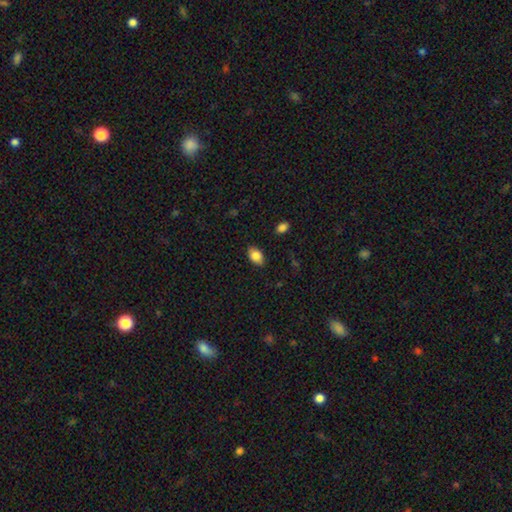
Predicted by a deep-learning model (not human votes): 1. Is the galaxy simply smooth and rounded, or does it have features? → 85% smooth, 8% star or artifact, 8% featured or disk.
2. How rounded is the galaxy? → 89% in between, 10% round, 2% cigar-shaped.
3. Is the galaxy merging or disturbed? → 86% none, 10% minor disturbance, 2% major disturbance, 1% merger.